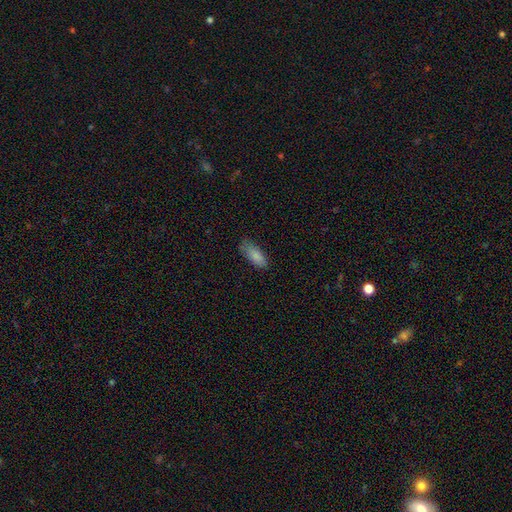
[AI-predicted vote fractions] A smooth galaxy with no disk features (86%) that is in between round and cigar-shaped (79%). Merging: none (70%).